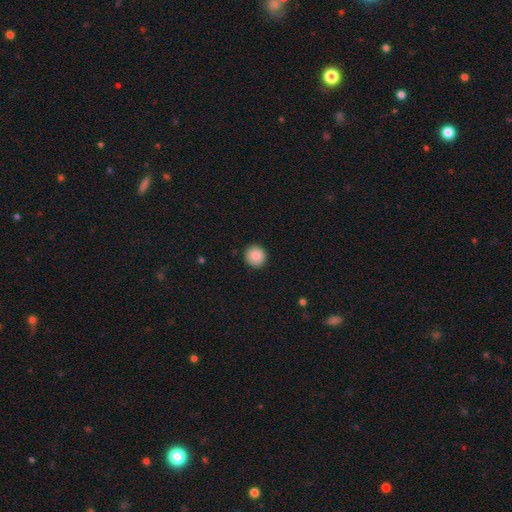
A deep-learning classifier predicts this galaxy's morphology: A smooth galaxy with no disk features (88%) that is round (94%). Merging: none (92%).